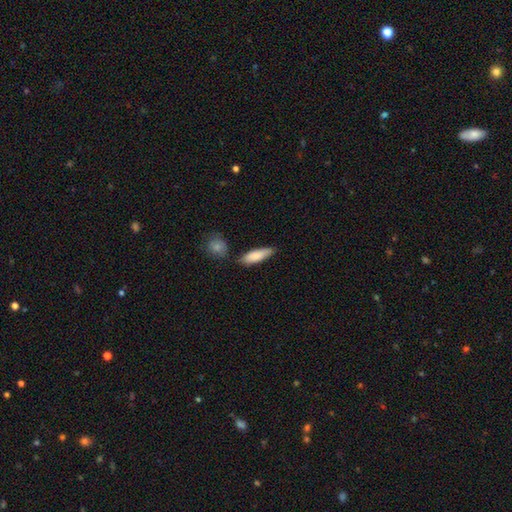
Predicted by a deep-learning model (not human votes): Overall: smooth (83%). How rounded: cigar-shaped (50%; in between 48%). Merging: none (75%).